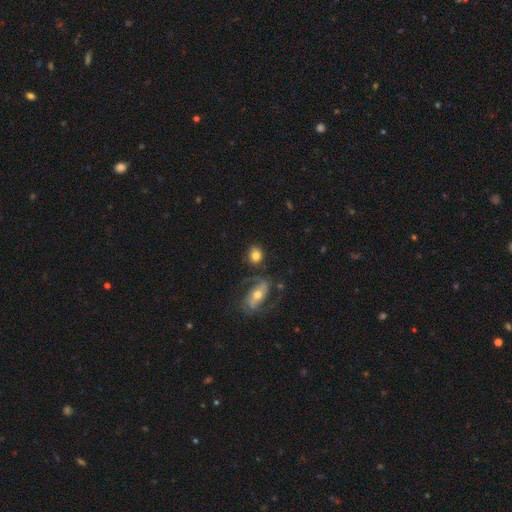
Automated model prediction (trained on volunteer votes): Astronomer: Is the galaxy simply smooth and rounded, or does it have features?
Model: smooth — 74%.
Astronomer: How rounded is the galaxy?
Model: round — 66%.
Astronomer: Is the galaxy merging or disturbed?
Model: none — 69%.